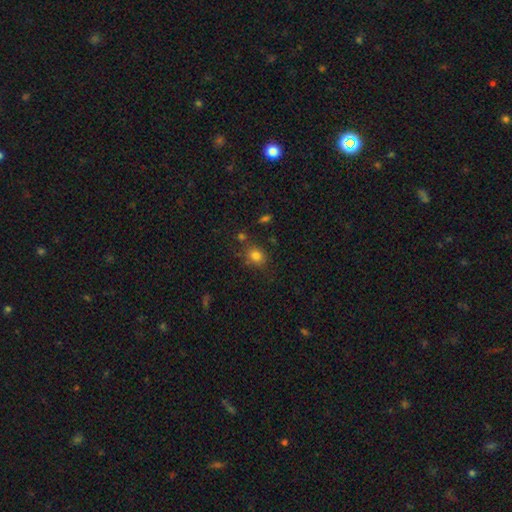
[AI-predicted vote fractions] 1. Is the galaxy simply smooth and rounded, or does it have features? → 80% smooth, 13% star or artifact, 7% featured or disk.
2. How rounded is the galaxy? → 55% round, 44% in between, 1% cigar-shaped.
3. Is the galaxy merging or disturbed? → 74% none, 14% minor disturbance, 7% merger, 5% major disturbance.